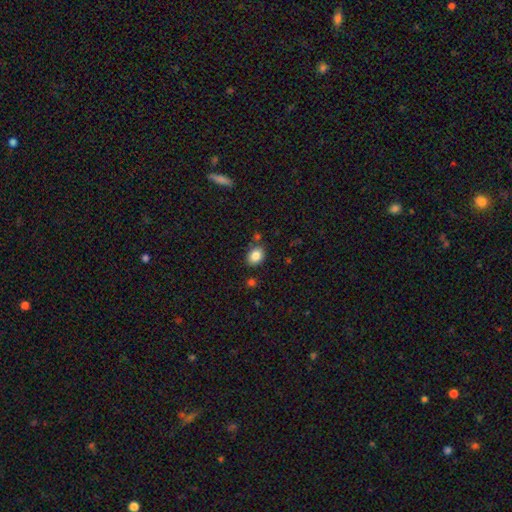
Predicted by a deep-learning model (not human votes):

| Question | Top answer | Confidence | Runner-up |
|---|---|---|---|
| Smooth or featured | smooth | 85% | star or artifact (9%) |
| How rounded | in between | 68% | round (31%) |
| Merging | none | 78% | minor disturbance (13%) |